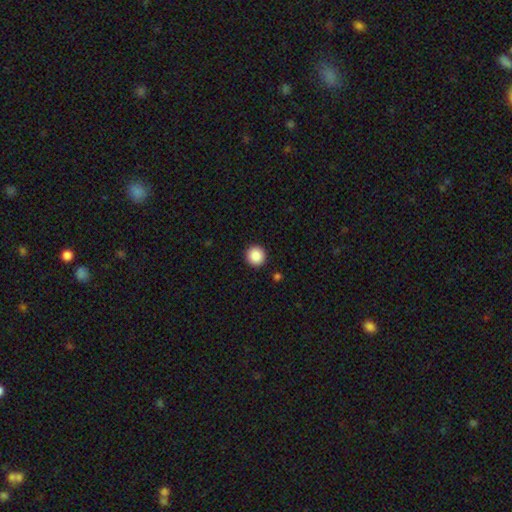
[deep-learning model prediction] Smooth or featured?
  - smooth: 89% *
  - star or artifact: 8%
  - featured or disk: 3%
How rounded?
  - round: 95% *
  - in between: 4%
  - cigar-shaped: 1%
Merging?
  - none: 93% *
  - minor disturbance: 4%
  - major disturbance: 2%
  - merger: 1%